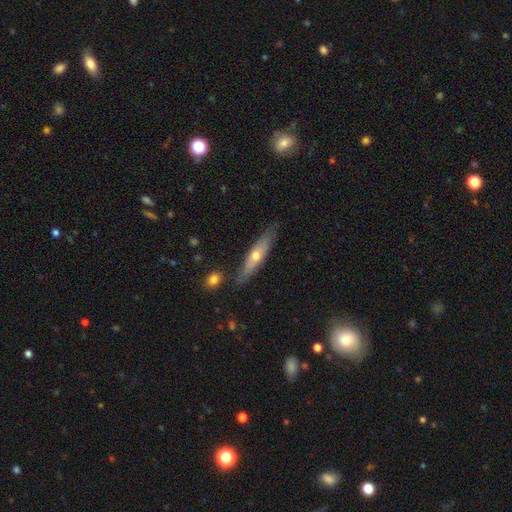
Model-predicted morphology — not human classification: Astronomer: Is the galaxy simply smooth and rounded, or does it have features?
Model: featured or disk — 50% (runner-up: smooth, 44%).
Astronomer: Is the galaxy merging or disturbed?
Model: none — 77%.